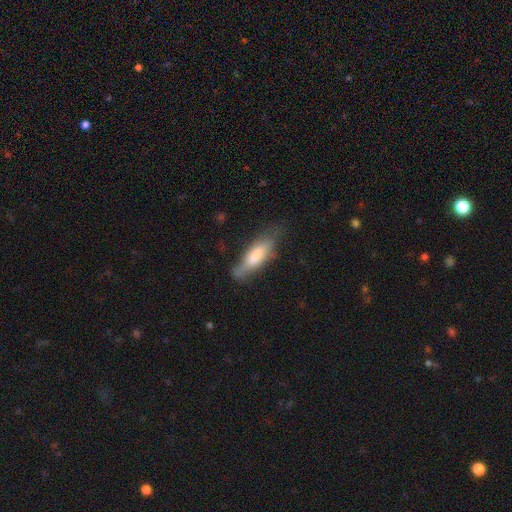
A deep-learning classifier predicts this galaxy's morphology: Overall: smooth (69%). How rounded: cigar-shaped (49%, tied with in between). Merging: none (54%; minor disturbance 31%).